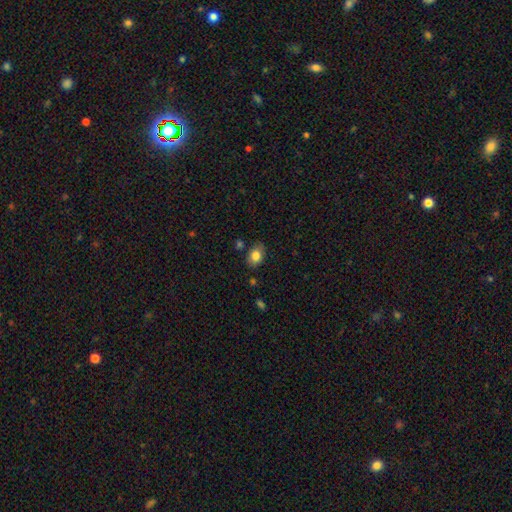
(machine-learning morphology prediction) Smooth or featured? Predicted: smooth (p=0.82). How rounded? Predicted: in between (p=0.71). Merging? Predicted: none (p=0.77).